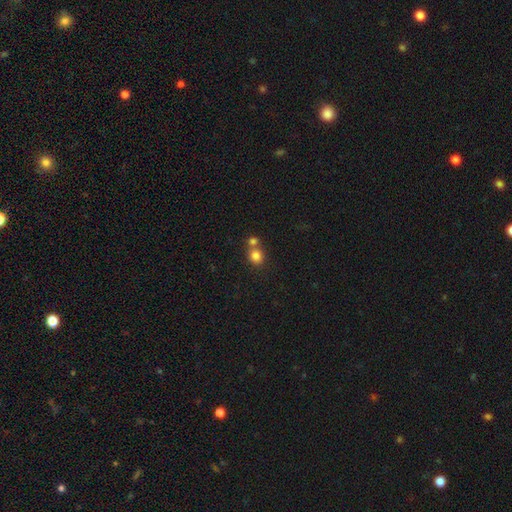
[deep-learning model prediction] This is clearly a smooth galaxy (82%). How rounded: clearly round (81%). Merging: possibly none (52%).